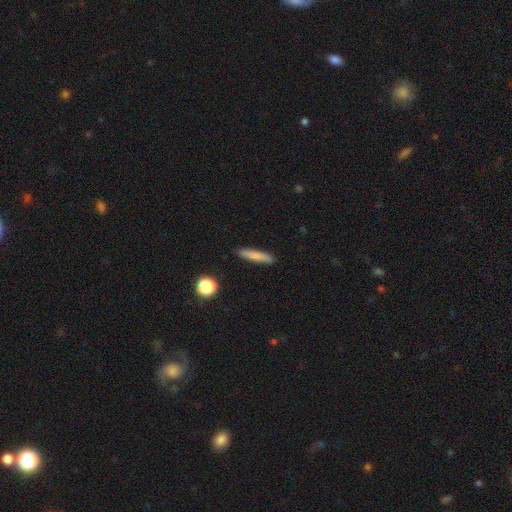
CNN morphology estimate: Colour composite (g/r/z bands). It shows a smooth galaxy with no disk features (79%) that is cigar-shaped (89%). Merging: none (88%).